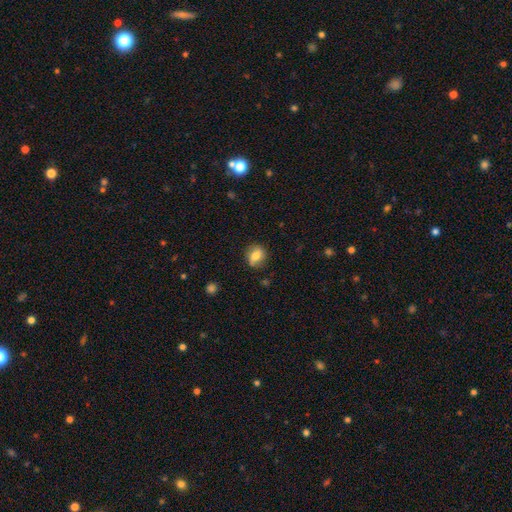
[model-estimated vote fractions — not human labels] A smooth galaxy with no disk features (75%) that is round (66%).

Vote fractions:
- Smooth or featured? smooth: 75% / featured or disk: 16% / star or artifact: 9%
- How rounded? round: 66% / in between: 32% / cigar-shaped: 1%
- Merging? none: 79% / minor disturbance: 15% / major disturbance: 4% / merger: 2%